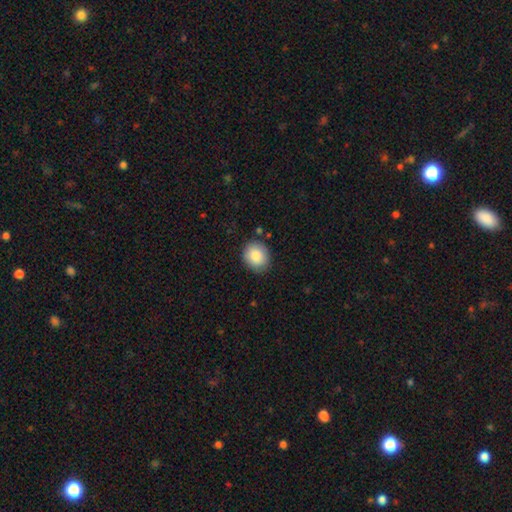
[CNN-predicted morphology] Smooth or featured?
  - smooth: 87% *
  - star or artifact: 7%
  - featured or disk: 6%
How rounded?
  - round: 69% *
  - in between: 30%
  - cigar-shaped: 1%
Merging?
  - none: 85% *
  - minor disturbance: 10%
  - major disturbance: 2%
  - merger: 2%